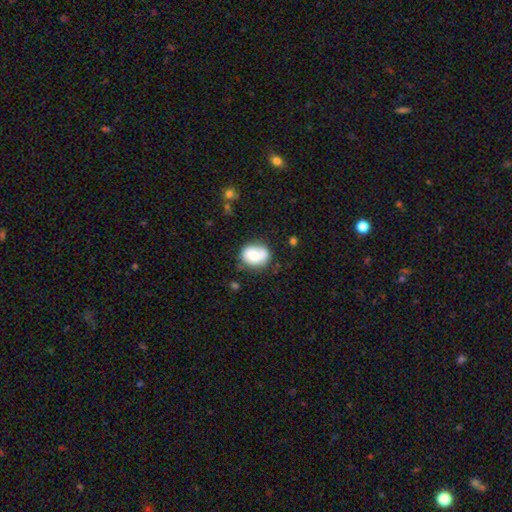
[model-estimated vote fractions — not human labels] Q: Smooth or featured?
A: smooth (67%); runner-up: featured or disk (25%)
Q: How rounded?
A: in between (52%); runner-up: round (47%)
Q: Merging?
A: none (56%); runner-up: minor disturbance (23%)